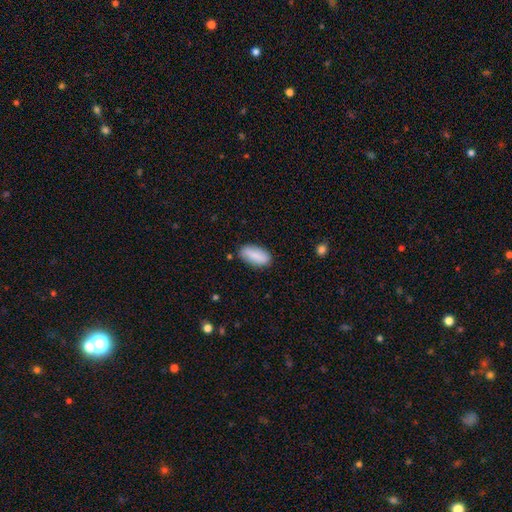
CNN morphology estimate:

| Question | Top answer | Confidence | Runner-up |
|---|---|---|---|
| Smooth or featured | smooth | 84% | featured or disk (10%) |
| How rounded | in between | 83% | cigar-shaped (15%) |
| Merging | none | 83% | minor disturbance (12%) |